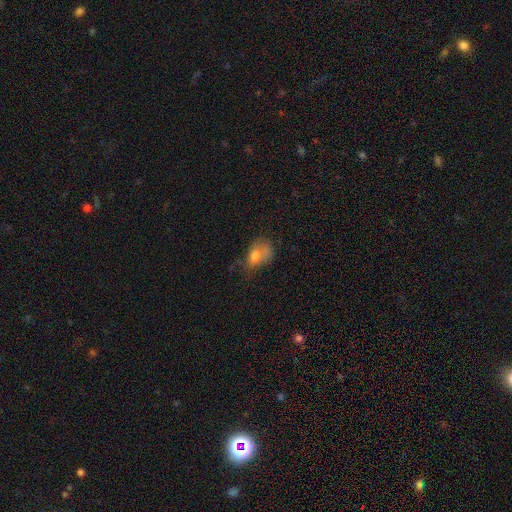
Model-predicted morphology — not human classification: Smooth or featured?
  - smooth: 67% *
  - featured or disk: 22%
  - star or artifact: 11%
How rounded?
  - in between: 72% *
  - round: 26%
  - cigar-shaped: 2%
Merging?
  - minor disturbance: 31% * (tied)
  - none: 31% * (tied)
  - major disturbance: 30%
  - merger: 7%